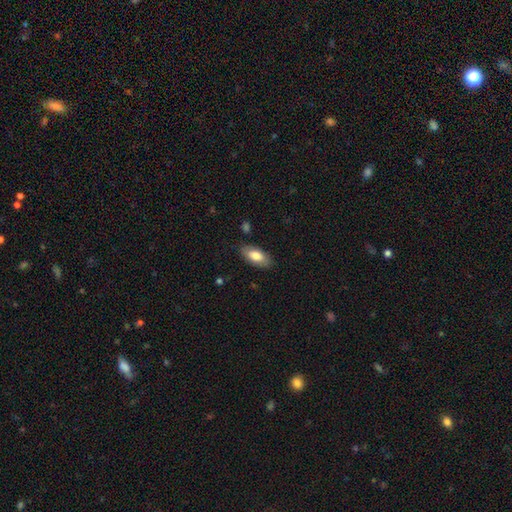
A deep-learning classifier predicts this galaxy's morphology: Smooth or featured? smooth (78%)
How rounded? in between (90%)
Merging? none (84%)